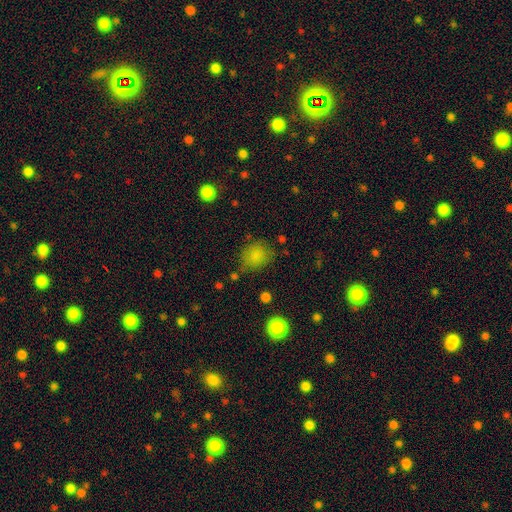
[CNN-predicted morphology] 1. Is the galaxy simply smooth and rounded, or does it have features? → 82% smooth, 12% star or artifact, 6% featured or disk.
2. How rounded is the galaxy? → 69% round, 30% in between, 1% cigar-shaped.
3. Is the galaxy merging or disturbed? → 70% none, 20% minor disturbance, 7% major disturbance, 4% merger.